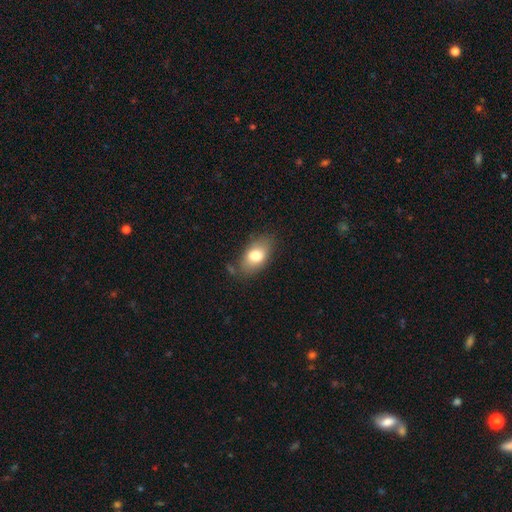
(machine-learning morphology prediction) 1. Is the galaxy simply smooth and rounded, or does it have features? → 77% smooth, 15% featured or disk, 8% star or artifact.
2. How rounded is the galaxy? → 89% in between, 9% round, 2% cigar-shaped.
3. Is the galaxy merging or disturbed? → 74% none, 18% minor disturbance, 5% major disturbance, 3% merger.